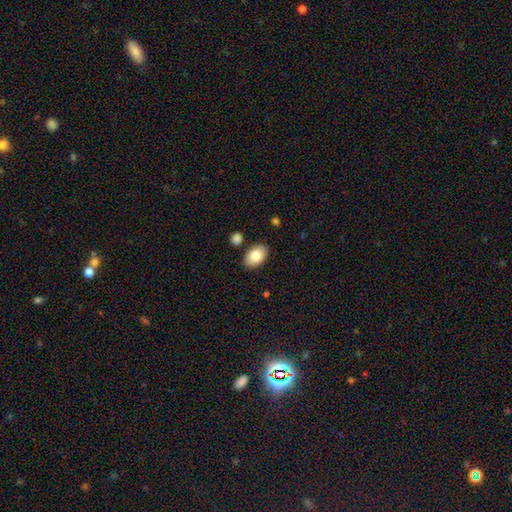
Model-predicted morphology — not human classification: This appears to be a smooth galaxy with no disk features (83%) that is in between round and cigar-shaped (90%). Merging: none (85%).